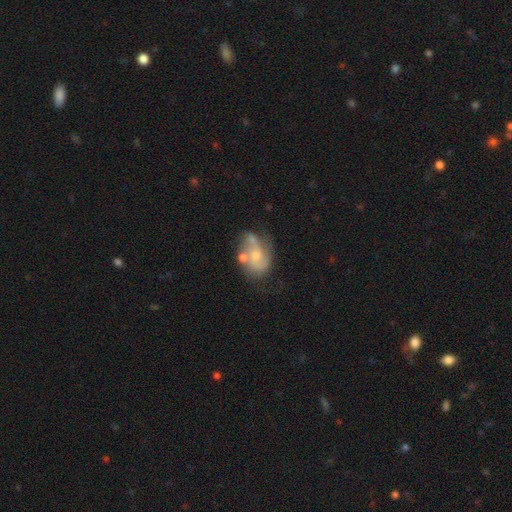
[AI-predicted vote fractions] Q: Smooth or featured?
A: featured or disk (65%); runner-up: smooth (27%)
Q: Edge-on disk?
A: no (97%); runner-up: yes (3%)
Q: Bar?
A: no (69%); runner-up: weak (26%)
Q: Spiral arms?
A: yes (72%); runner-up: no (28%)
Q: Bulge size?
A: small (42%); runner-up: moderate (37%)
Q: Merging?
A: none (38%); runner-up: minor disturbance (23%)